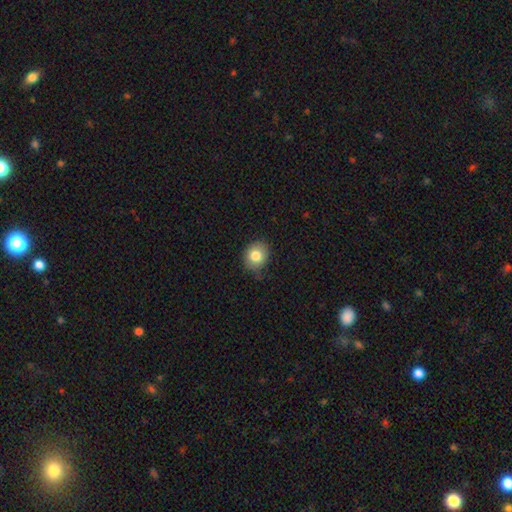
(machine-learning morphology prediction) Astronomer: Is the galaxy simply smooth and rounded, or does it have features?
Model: smooth — 81%.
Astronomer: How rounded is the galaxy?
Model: round — 72%.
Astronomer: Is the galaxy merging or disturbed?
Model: none — 74%.